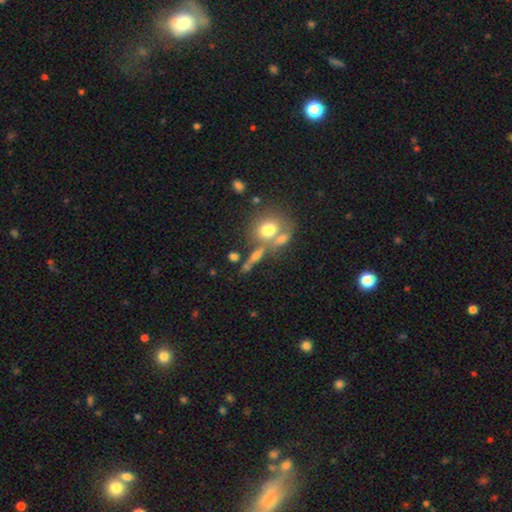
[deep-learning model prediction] smooth_or_featured: smooth (p=0.49) [alt: featured or disk p=0.36]
merging: none (p=0.54) [alt: merger p=0.28]